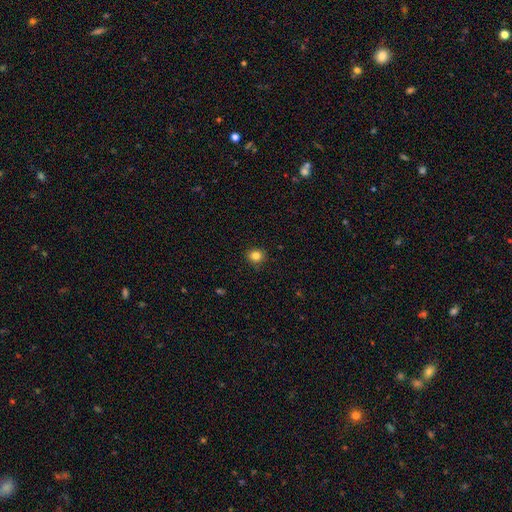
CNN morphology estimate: type=smooth (83%); roundness=round (84%); merging=none (90%).